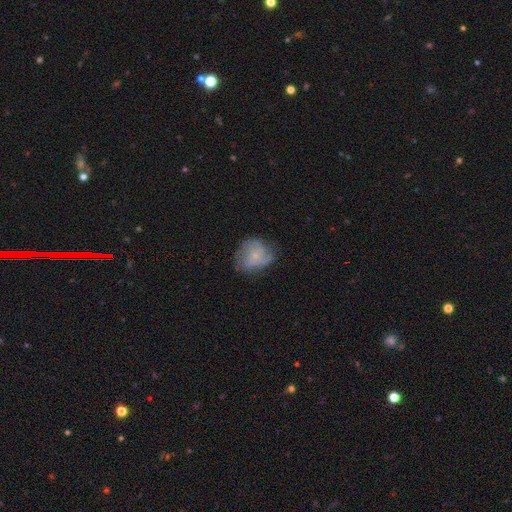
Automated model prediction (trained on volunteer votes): A featured or disk galaxy (47%).

Vote fractions:
- Smooth or featured? featured or disk: 47% / smooth: 43% / star or artifact: 9%
- Merging? none: 54% / minor disturbance: 28% / major disturbance: 15% / merger: 2%